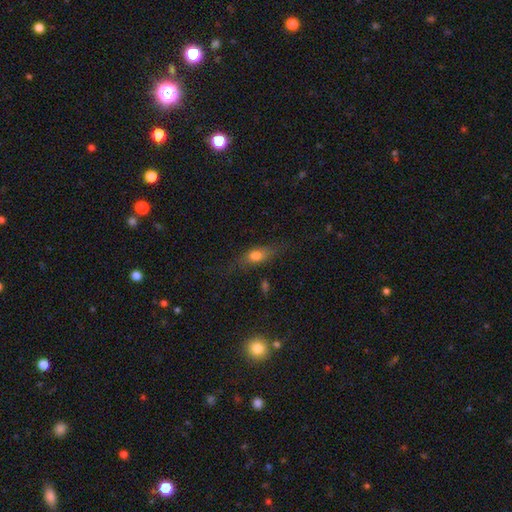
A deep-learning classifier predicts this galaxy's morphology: smooth 67%, featured or disk 22%, star or artifact 11%. Down the decision tree: how rounded — in between (62%); merging — none (65%).